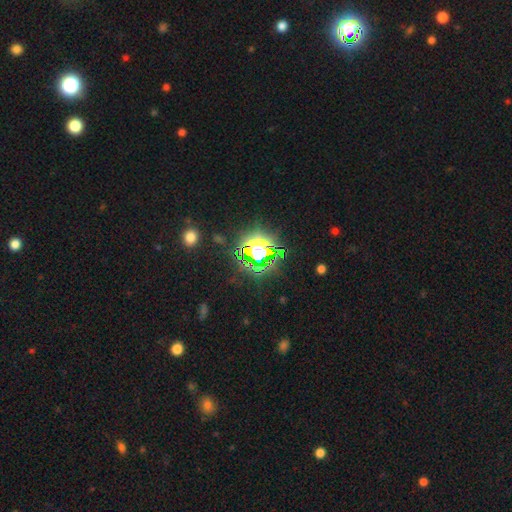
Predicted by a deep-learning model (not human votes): smooth_or_featured: star or artifact (p=0.79) [alt: smooth p=0.13]